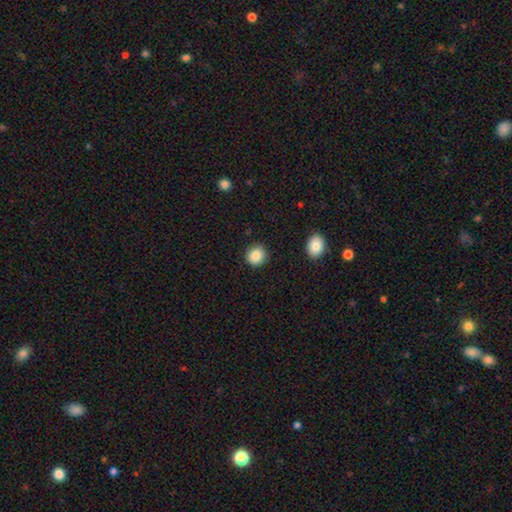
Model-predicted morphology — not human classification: smooth 87%, star or artifact 8%, featured or disk 4%. Down the decision tree: how rounded — round (88%); merging — none (89%).